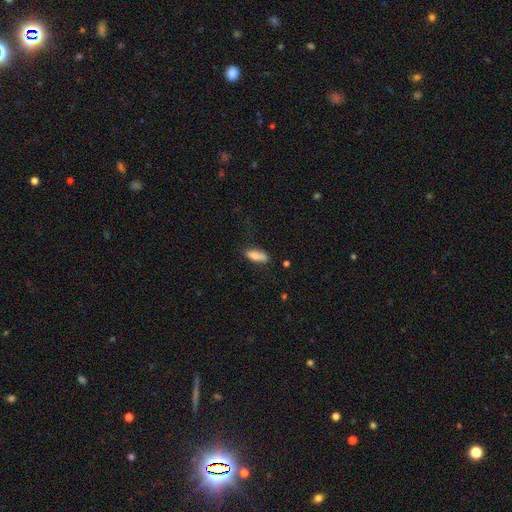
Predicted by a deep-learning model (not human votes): This appears to be a smooth galaxy with no disk features (80%) that is in between round and cigar-shaped (70%). Merging: none (66%).